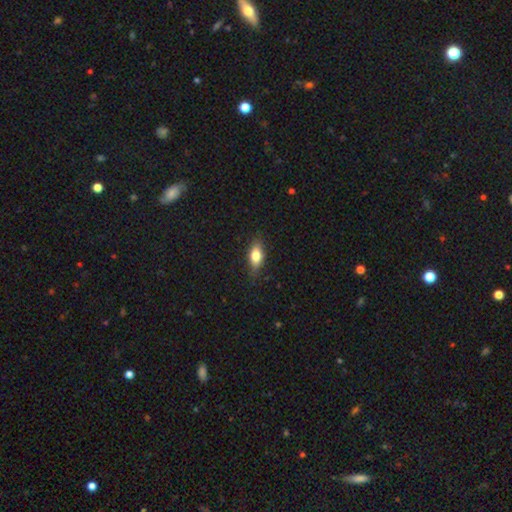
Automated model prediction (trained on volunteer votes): smooth_or_featured: smooth (p=0.76) [alt: featured or disk p=0.17]
how_rounded: in between (p=0.81) [alt: cigar-shaped p=0.14]
merging: none (p=0.84) [alt: minor disturbance p=0.13]